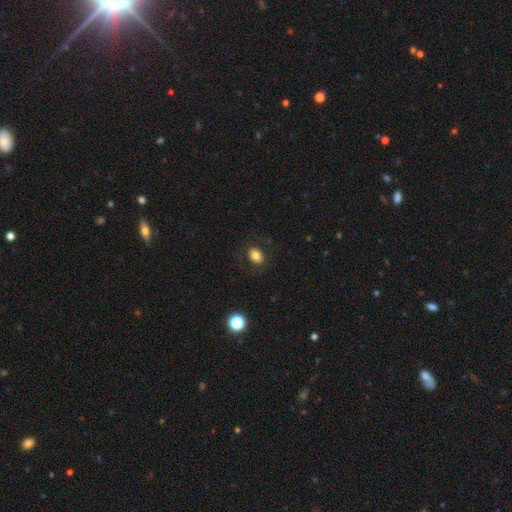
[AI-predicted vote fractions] Smooth or featured: smooth — 77% (featured or disk — 13%)
How rounded: in between — 69% (round — 30%)
Merging: none — 82% (minor disturbance — 11%)